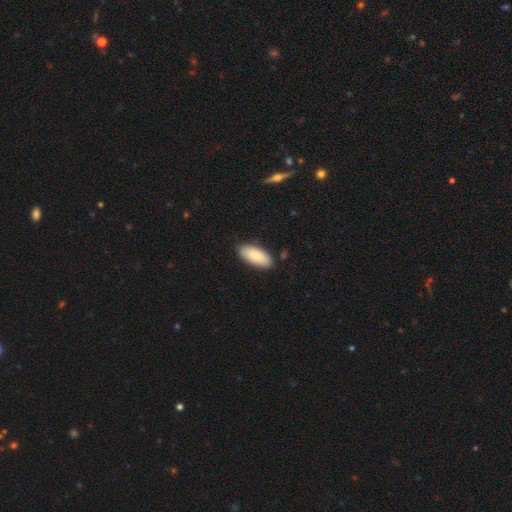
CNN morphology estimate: A smooth galaxy with no disk features (86%) that is in between round and cigar-shaped (88%). Merging: none (85%).